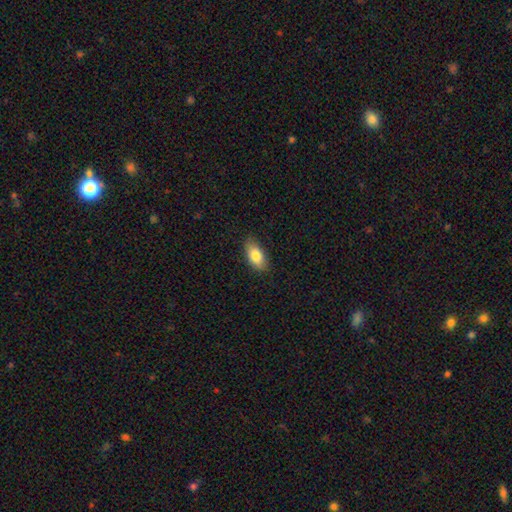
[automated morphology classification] This appears to be a smooth galaxy with no disk features (82%) that is in between round and cigar-shaped (90%). Merging: none (84%).